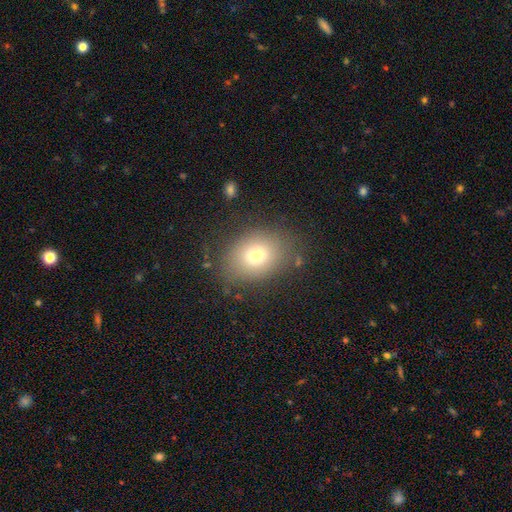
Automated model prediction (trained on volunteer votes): smooth-or-featured: smooth: 74% | featured or disk: 14% | star or artifact: 12%
  how-rounded: in between: 62% | round: 37% | cigar-shaped: 1%
  merging: none: 78% | minor disturbance: 14% | major disturbance: 6% | merger: 2%